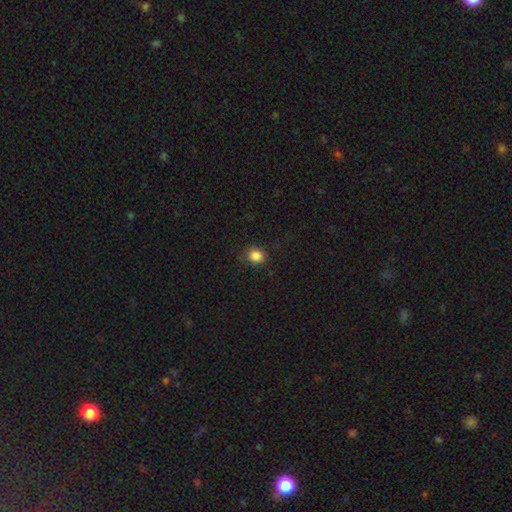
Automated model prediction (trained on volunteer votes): Smooth or featured?
  - smooth: 86% *
  - star or artifact: 11%
  - featured or disk: 3%
How rounded?
  - round: 73% *
  - in between: 26%
  - cigar-shaped: 1%
Merging?
  - none: 84% *
  - minor disturbance: 12%
  - major disturbance: 3%
  - merger: 1%